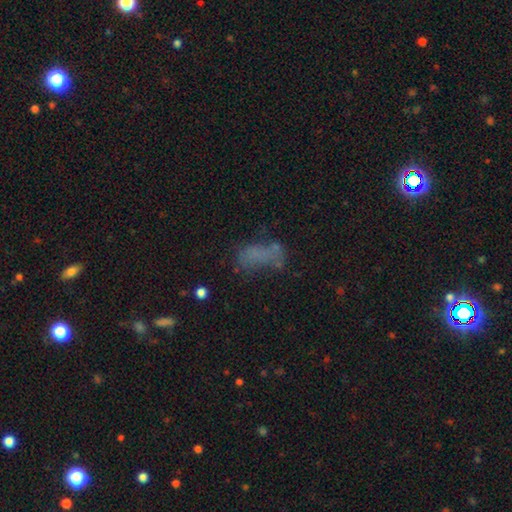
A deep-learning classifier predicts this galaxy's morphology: Smooth or featured? smooth (57%)
How rounded? in between (84%)
Merging? none (39%)